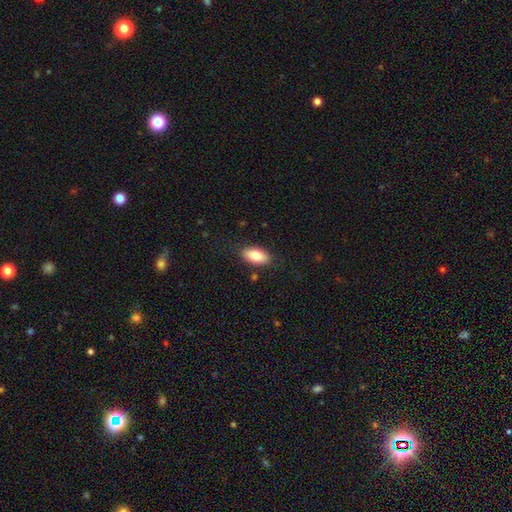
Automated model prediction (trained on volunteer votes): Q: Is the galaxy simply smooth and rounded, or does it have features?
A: smooth — 82%.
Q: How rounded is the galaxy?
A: in between — 91%.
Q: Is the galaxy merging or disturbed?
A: none — 86%.